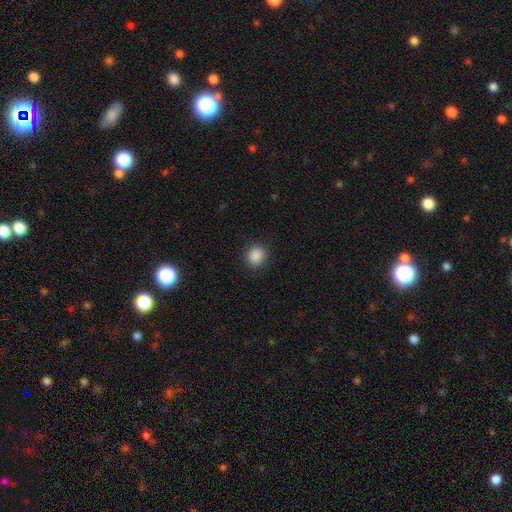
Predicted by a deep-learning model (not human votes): Overall: smooth (88%). How rounded: round (80%). Merging: none (91%).